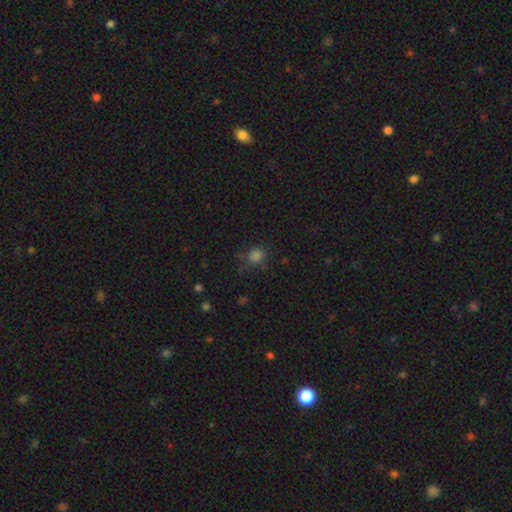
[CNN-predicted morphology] The model was most divided on "merging": none: 72%, minor disturbance: 18%, major disturbance: 7%, merger: 3%. More confident: how rounded — round (84%); smooth or featured — smooth (77%).